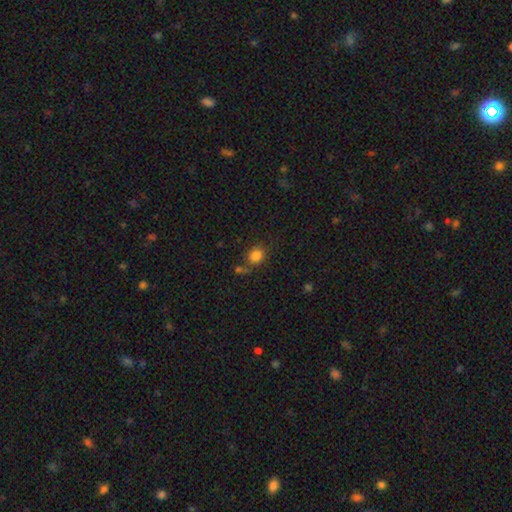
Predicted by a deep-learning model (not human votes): A smooth galaxy with no disk features (83%) that is round (68%).

Vote fractions:
- Smooth or featured? smooth: 83% / star or artifact: 11% / featured or disk: 6%
- How rounded? round: 68% / in between: 31% / cigar-shaped: 1%
- Merging? none: 65% / minor disturbance: 15% / merger: 13% / major disturbance: 6%